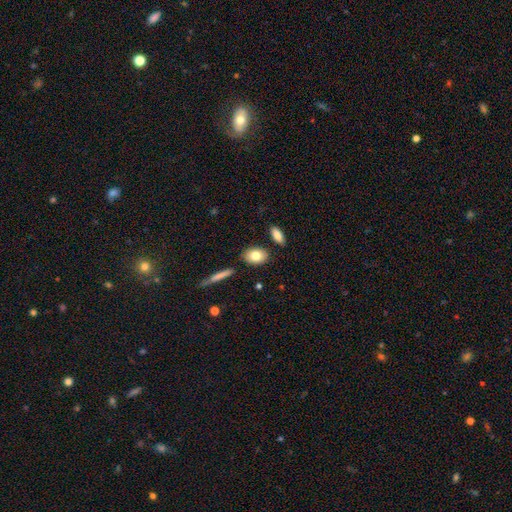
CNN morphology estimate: type=smooth (79%); roundness=in between (83%); merging=none (84%).